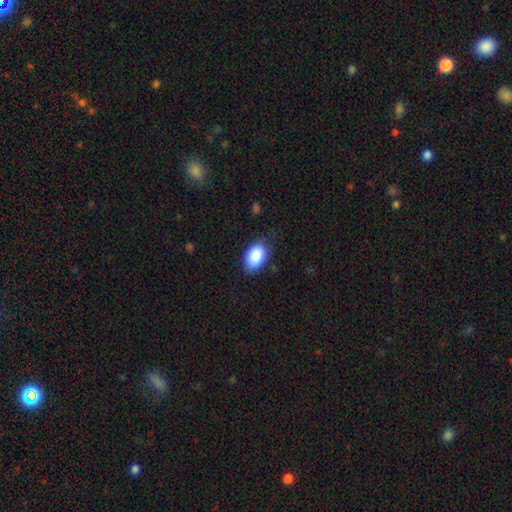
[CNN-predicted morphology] type=smooth (87%); roundness=in between (90%); merging=none (75%).